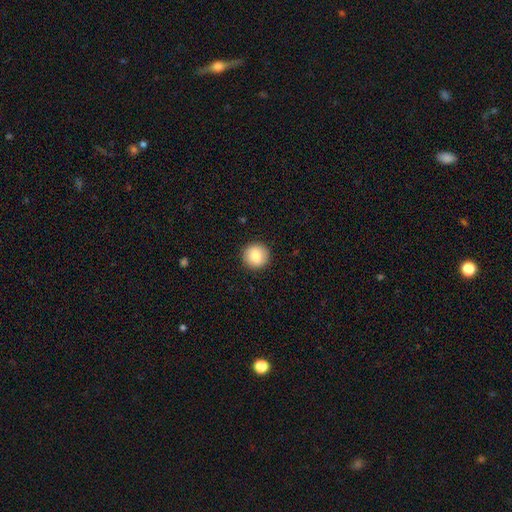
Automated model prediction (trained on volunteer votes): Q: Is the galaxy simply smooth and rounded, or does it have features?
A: smooth — 85%.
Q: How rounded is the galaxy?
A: round — 93%.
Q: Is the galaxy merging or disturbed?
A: none — 91%.